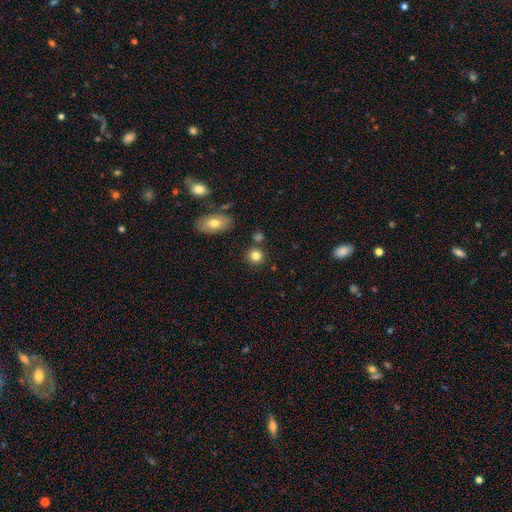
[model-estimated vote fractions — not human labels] Q: Smooth or featured?
A: smooth (82%); runner-up: star or artifact (11%)
Q: How rounded?
A: round (87%); runner-up: in between (12%)
Q: Merging?
A: none (81%); runner-up: minor disturbance (9%)